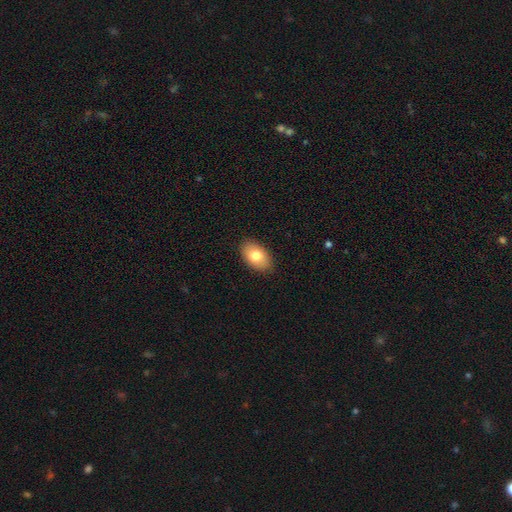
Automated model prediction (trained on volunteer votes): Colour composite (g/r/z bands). It shows a smooth galaxy with no disk features (77%) that is in between round and cigar-shaped (91%). Merging: none (88%).